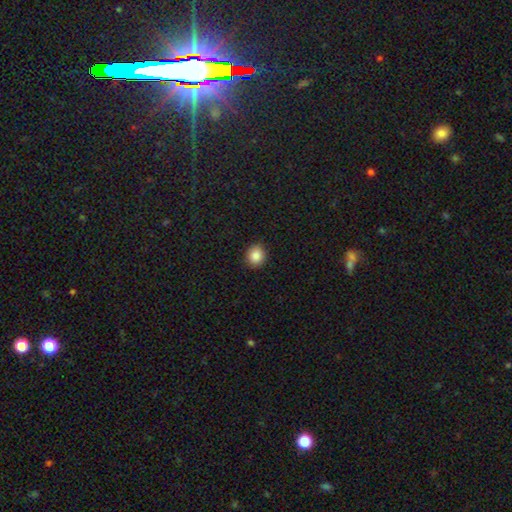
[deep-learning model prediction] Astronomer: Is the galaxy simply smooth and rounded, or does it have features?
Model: smooth — 86%.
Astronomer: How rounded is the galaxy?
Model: round — 82%.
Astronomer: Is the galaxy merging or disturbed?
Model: none — 91%.